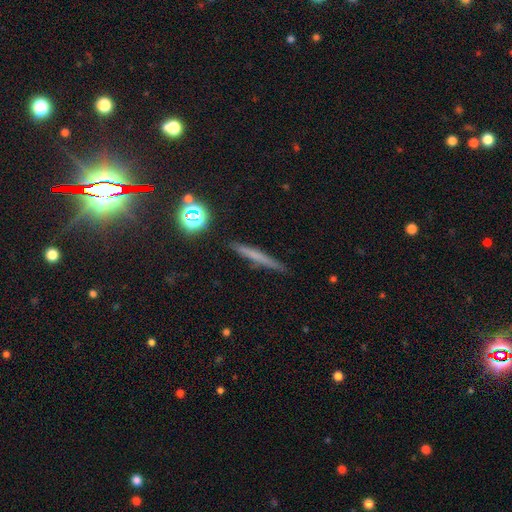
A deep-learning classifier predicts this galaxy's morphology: smooth-or-featured: smooth: 53% | featured or disk: 35% | star or artifact: 12%
  how-rounded: cigar-shaped: 93% | in between: 4% | round: 4%
  merging: none: 88% | minor disturbance: 9% | major disturbance: 2% | merger: 2%